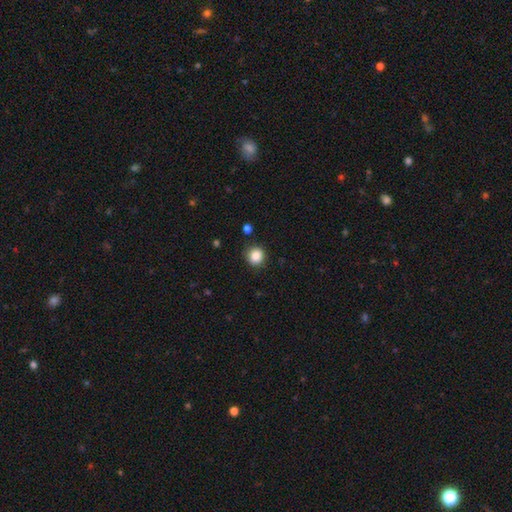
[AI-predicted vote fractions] A smooth galaxy with no disk features (86%) that is round (89%). Merging: none (88%).